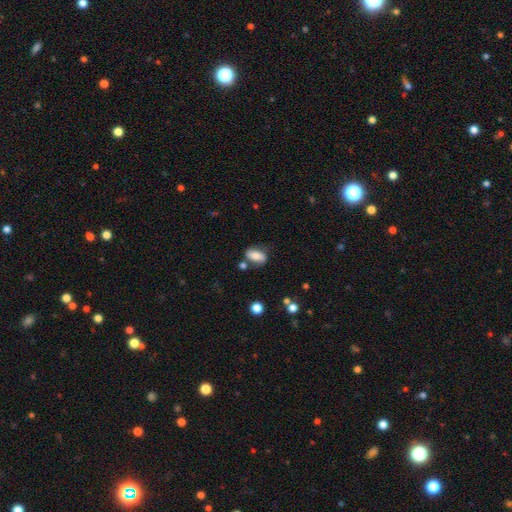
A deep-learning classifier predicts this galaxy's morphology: A smooth galaxy with no disk features (69%) that is in between round and cigar-shaped (87%). Merging: none (65%).